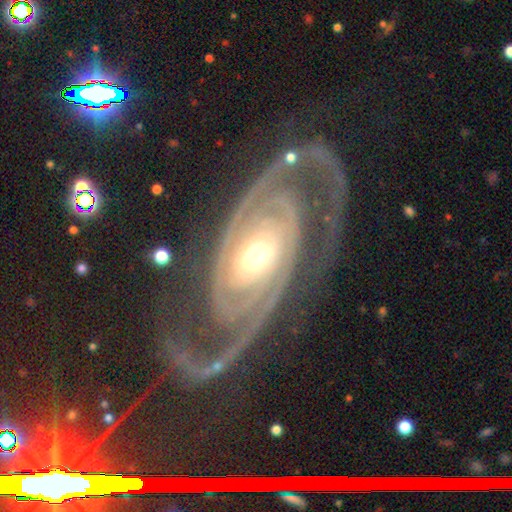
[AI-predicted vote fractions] smooth_or_featured: featured or disk (p=0.92) [alt: star or artifact p=0.05]
disk_edge_on: no (p=0.96) [alt: yes p=0.04]
bar: no (p=0.60) [alt: weak p=0.24]
has_spiral_arms: yes (p=0.97) [alt: no p=0.03]
spiral_winding: tight (p=0.55) [alt: medium p=0.34]
spiral_arm_count: 2 (p=0.79) [alt: can't tell p=0.06]
bulge_size: moderate (p=0.65) [alt: small p=0.26]
merging: none (p=0.70) [alt: minor disturbance p=0.15]